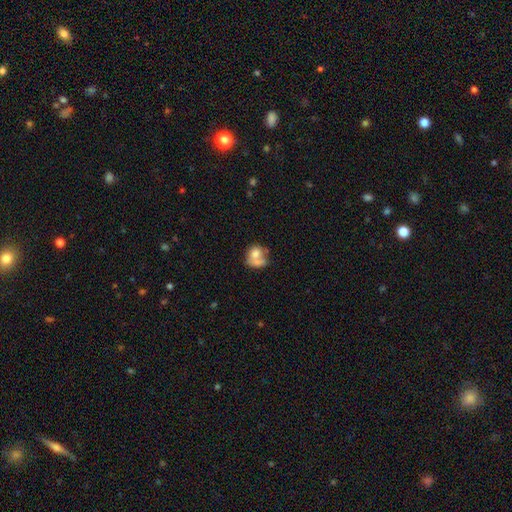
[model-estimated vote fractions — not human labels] This appears to be a smooth galaxy with no disk features (67%) that is round (59%). Merging: merger (44%).